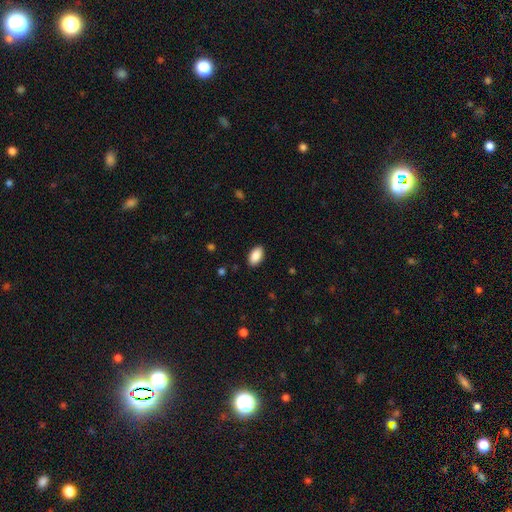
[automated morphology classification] Smooth or featured? smooth (90%)
How rounded? in between (94%)
Merging? none (89%)